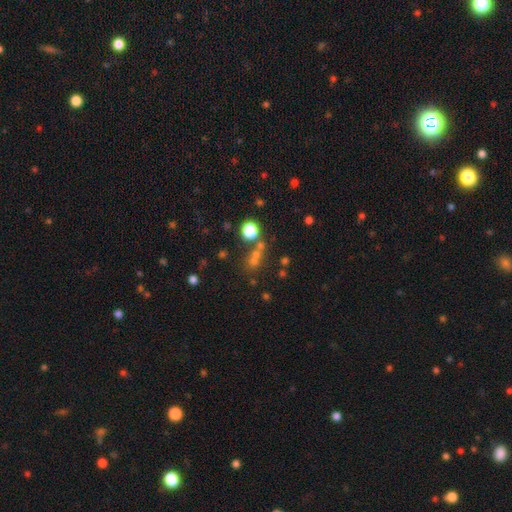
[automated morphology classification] Smooth or featured? Predicted: smooth (p=0.52). How rounded? Predicted: round (p=0.76). Merging? Predicted: none (p=0.56).